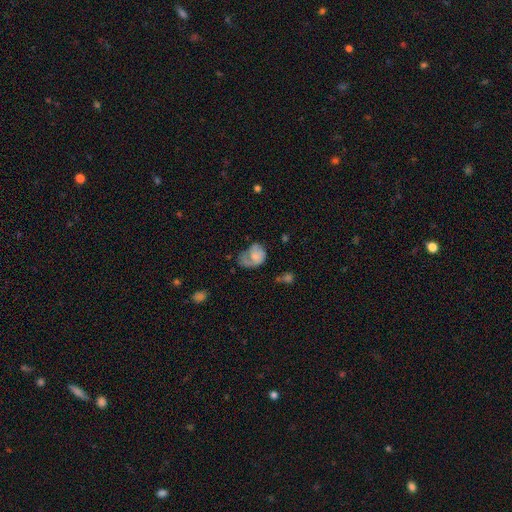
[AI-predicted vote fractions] Smooth or featured: smooth — 52% (featured or disk — 40%)
How rounded: in between — 63% (round — 36%)
Merging: major disturbance — 42% (minor disturbance — 27%)